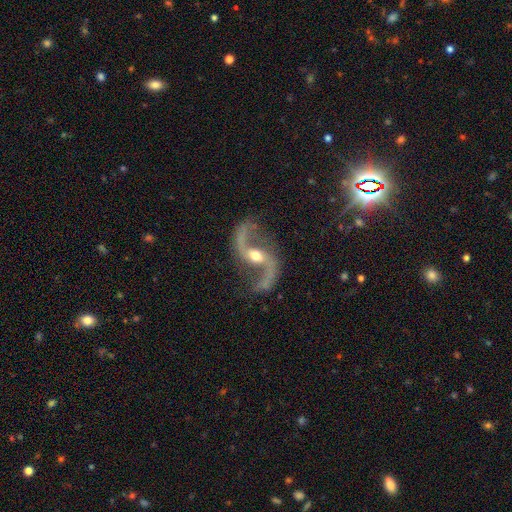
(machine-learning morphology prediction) Smooth or featured? Predicted: featured or disk (p=0.93). Edge-on disk? Predicted: no (p=0.97). Bar? Predicted: no (p=0.40). Spiral arms? Predicted: yes (p=0.98). Spiral winding? Predicted: loose (p=0.80). Spiral arm count? Predicted: 2 (p=0.95). Bulge size? Predicted: moderate (p=0.66). Merging? Predicted: none (p=0.79).